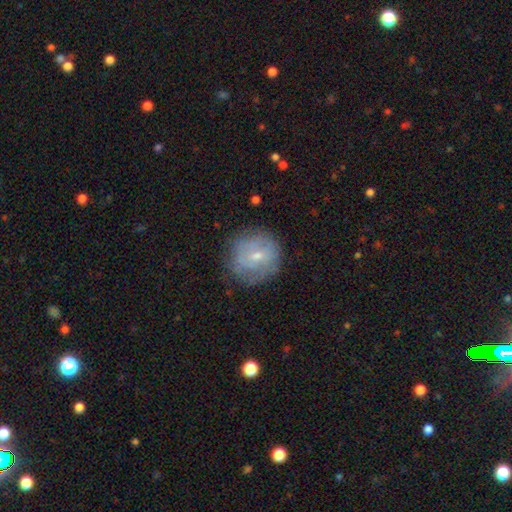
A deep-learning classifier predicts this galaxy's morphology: smooth-or-featured: smooth: 48% | featured or disk: 43% | star or artifact: 9%
  merging: none: 73% | minor disturbance: 18% | major disturbance: 7% | merger: 1%